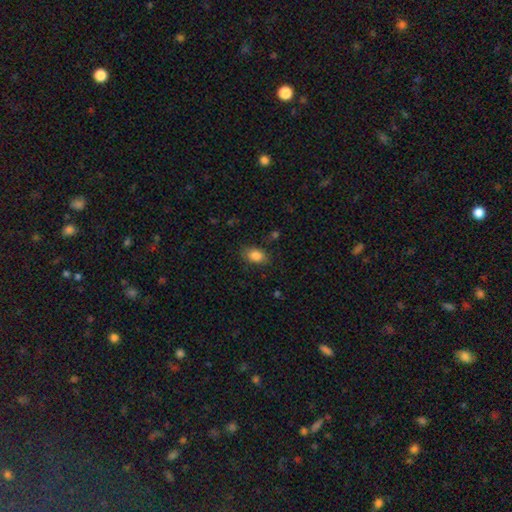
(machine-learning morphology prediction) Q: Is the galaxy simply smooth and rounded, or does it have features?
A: smooth — 85%.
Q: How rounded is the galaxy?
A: in between — 83%.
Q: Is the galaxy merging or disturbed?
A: none — 78%.